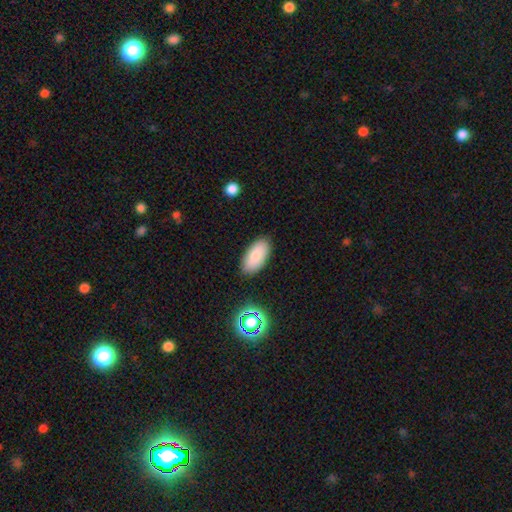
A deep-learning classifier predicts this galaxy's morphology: A smooth galaxy with no disk features (83%) that is in between round and cigar-shaped (92%). Merging: none (86%).